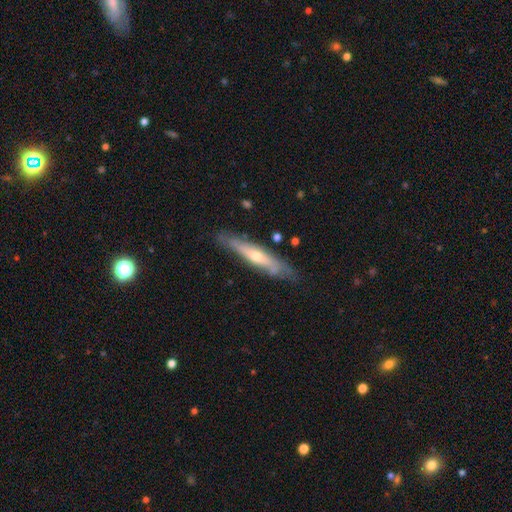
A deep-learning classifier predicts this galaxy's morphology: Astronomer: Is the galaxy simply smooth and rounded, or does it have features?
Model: featured or disk — 59% (runner-up: smooth, 35%).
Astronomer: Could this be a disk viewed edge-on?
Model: yes — 71%.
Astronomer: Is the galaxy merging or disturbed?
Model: none — 76%.